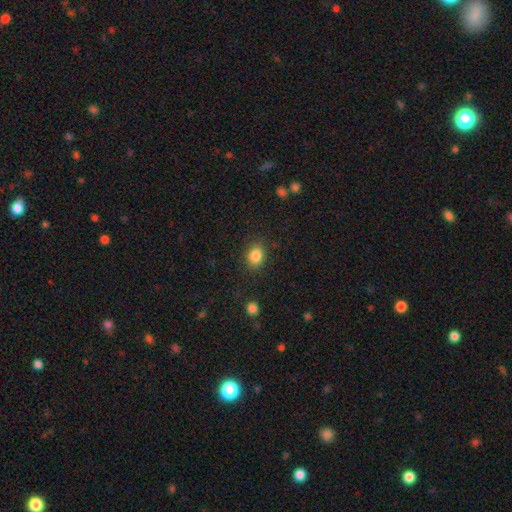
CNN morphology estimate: A smooth galaxy with no disk features (85%) that is in between round and cigar-shaped (53%).

Vote fractions:
- Smooth or featured? smooth: 85% / star or artifact: 10% / featured or disk: 5%
- How rounded? in between: 53% / round: 46% / cigar-shaped: 1%
- Merging? none: 85% / minor disturbance: 10% / major disturbance: 3% / merger: 1%